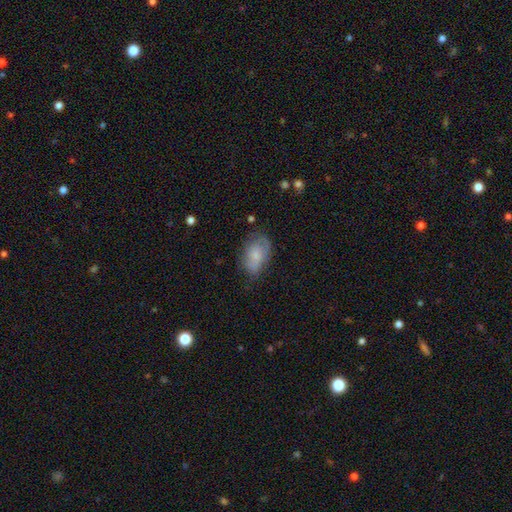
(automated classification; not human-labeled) Overall: smooth (66%). How rounded: in between (89%). Merging: none (55%; minor disturbance 31%).